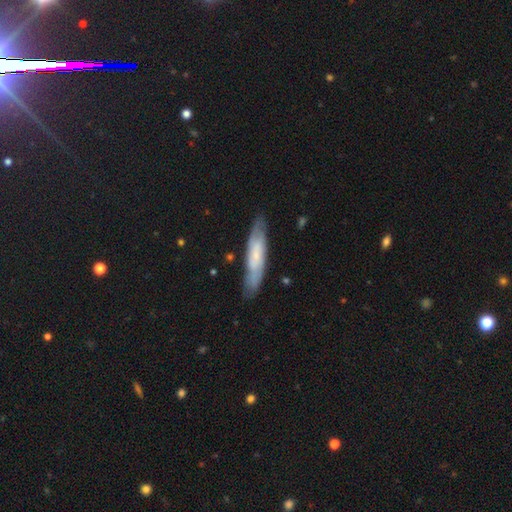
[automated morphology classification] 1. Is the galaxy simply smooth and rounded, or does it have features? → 50% smooth, 44% featured or disk, 6% star or artifact.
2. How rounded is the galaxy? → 79% cigar-shaped, 20% in between, 1% round.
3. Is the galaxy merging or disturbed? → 80% none, 15% minor disturbance, 3% major disturbance, 2% merger.